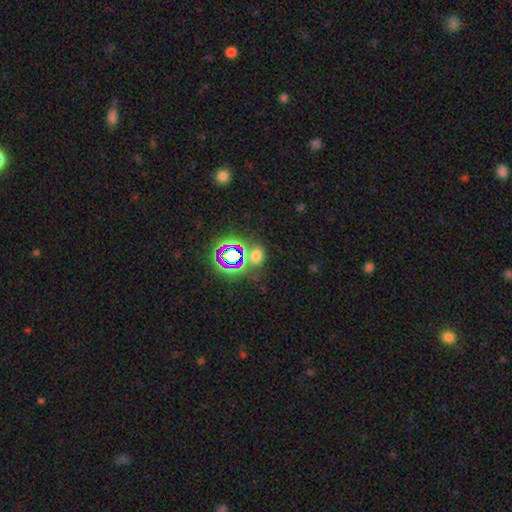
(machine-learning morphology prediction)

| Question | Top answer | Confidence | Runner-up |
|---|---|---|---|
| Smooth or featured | smooth | 52% | star or artifact (39%) |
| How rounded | round | 55% | in between (43%) |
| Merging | none | 70% | merger (14%) |